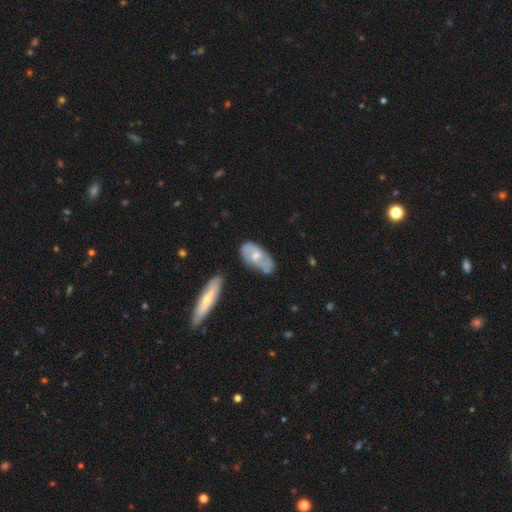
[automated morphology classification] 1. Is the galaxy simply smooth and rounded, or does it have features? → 47% featured or disk (tied), 47% smooth (tied), 6% star or artifact.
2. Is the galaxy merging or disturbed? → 56% none, 28% minor disturbance, 9% merger, 8% major disturbance.